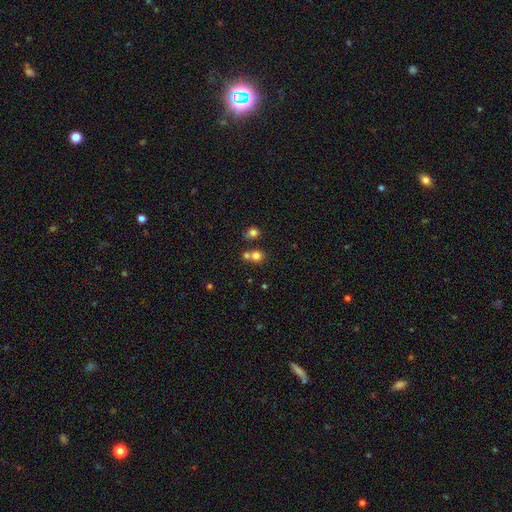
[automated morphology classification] smooth 77%, star or artifact 14%, featured or disk 9%. Down the decision tree: how rounded — round (81%); merging — none (51%).